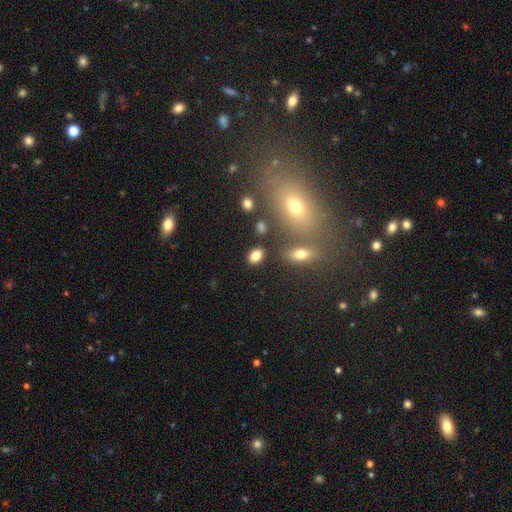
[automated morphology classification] Overall: smooth (82%). How rounded: in between (83%). Merging: none (80%).